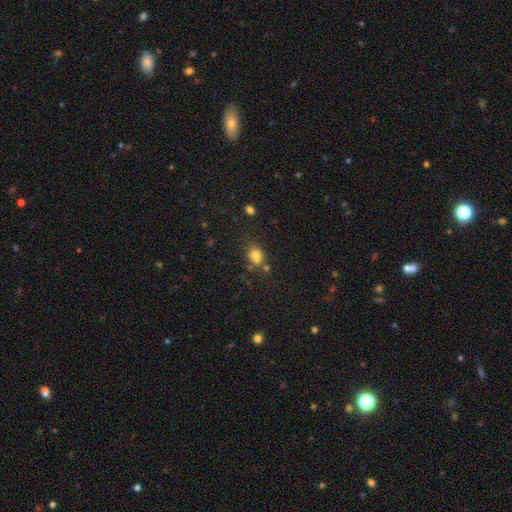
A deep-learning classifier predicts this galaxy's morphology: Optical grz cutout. It shows a smooth galaxy with no disk features (75%) that is in between round and cigar-shaped (56%). Merging: none (54%).